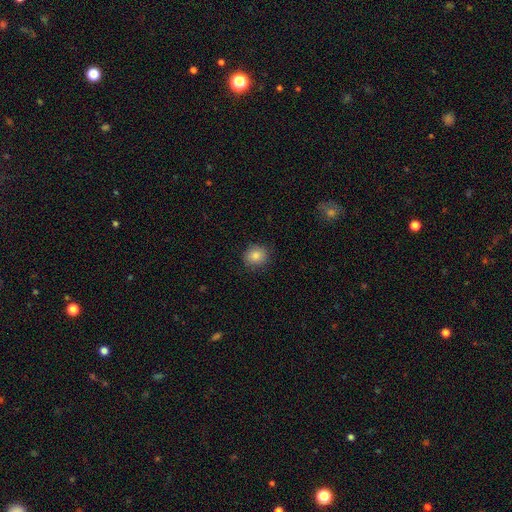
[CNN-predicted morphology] This is clearly a smooth galaxy (85%). How rounded: likely round (76%). Merging: clearly none (87%).